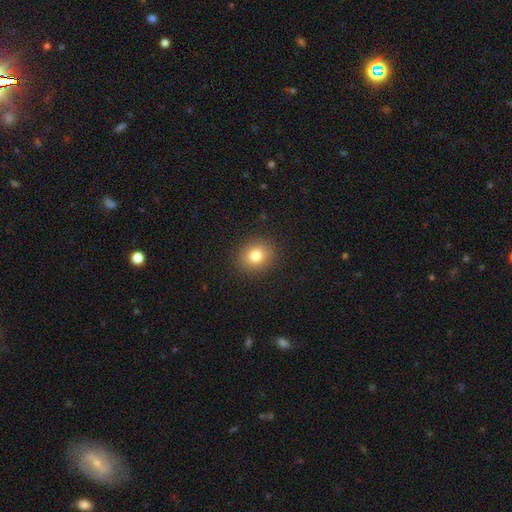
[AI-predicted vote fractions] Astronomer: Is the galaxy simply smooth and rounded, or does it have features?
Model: smooth — 81%.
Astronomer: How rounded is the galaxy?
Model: round — 74%.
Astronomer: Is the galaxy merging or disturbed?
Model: none — 90%.